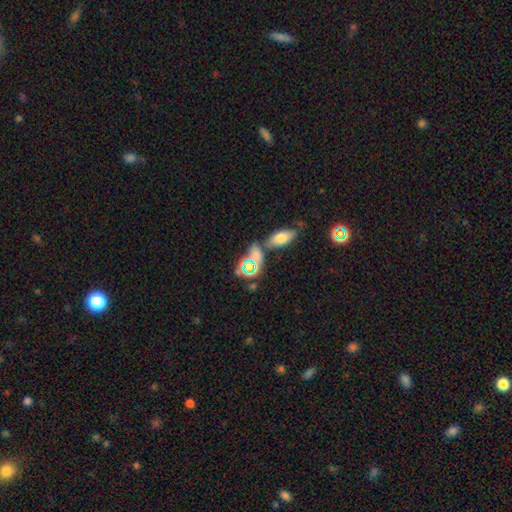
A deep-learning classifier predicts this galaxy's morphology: Smooth or featured? Predicted: smooth (p=0.53). How rounded? Predicted: in between (p=0.74). Merging? Predicted: none (p=0.57).